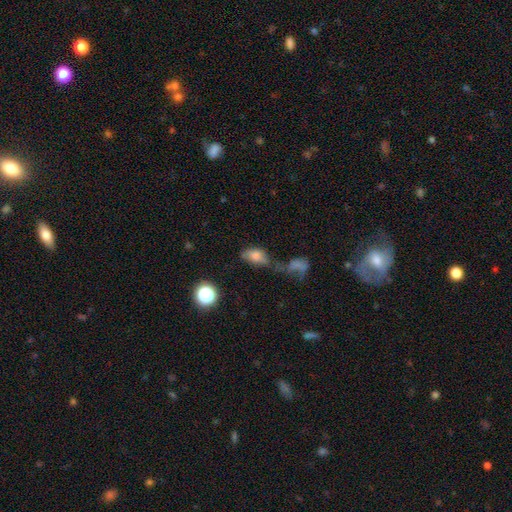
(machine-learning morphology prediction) Smooth or featured?
  - smooth: 74% *
  - featured or disk: 14%
  - star or artifact: 12%
How rounded?
  - in between: 87% *
  - round: 9%
  - cigar-shaped: 4%
Merging?
  - merger: 41% *
  - none: 26%
  - major disturbance: 17%
  - minor disturbance: 16%